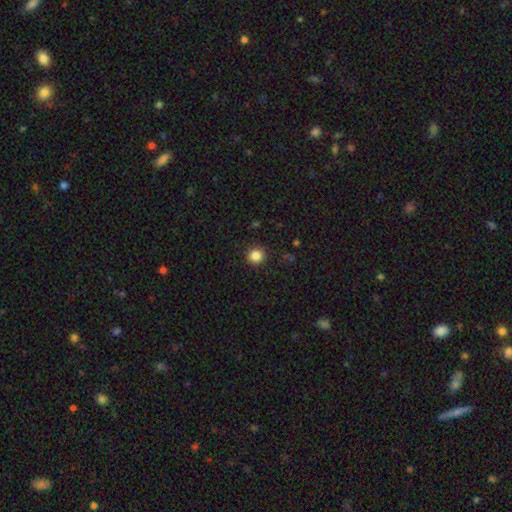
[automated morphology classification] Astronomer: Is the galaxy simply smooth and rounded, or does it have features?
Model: smooth — 85%.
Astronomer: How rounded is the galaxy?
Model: round — 93%.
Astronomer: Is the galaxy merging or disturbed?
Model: none — 92%.